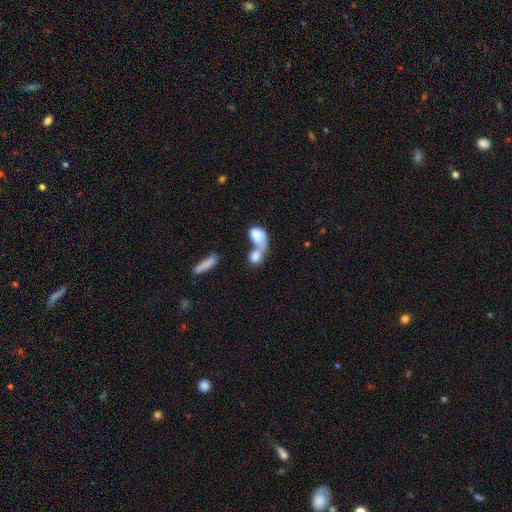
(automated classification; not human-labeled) This is likely a smooth galaxy (74%). How rounded: possibly in between (58%). Merging: likely merger (73%).